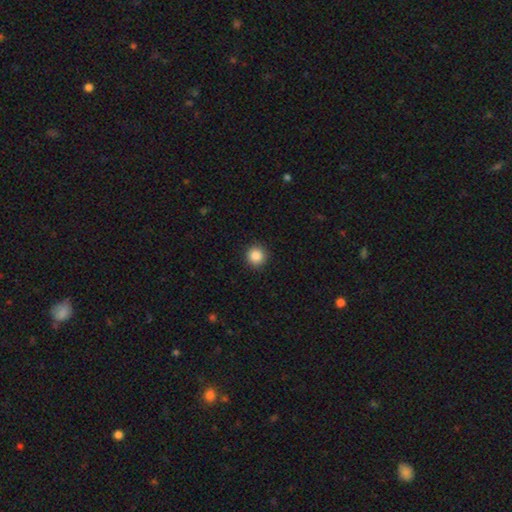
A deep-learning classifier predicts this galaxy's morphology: A smooth galaxy with no disk features (87%) that is round (95%).

Vote fractions:
- Smooth or featured? smooth: 87% / star or artifact: 10% / featured or disk: 3%
- How rounded? round: 95% / in between: 4% / cigar-shaped: 1%
- Merging? none: 92% / minor disturbance: 5% / major disturbance: 2% / merger: 1%